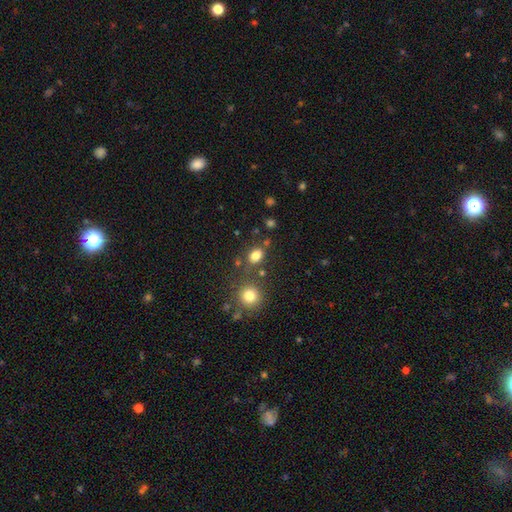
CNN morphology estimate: Q: Smooth or featured?
A: smooth (80%); runner-up: star or artifact (13%)
Q: How rounded?
A: in between (68%); runner-up: round (31%)
Q: Merging?
A: none (73%); runner-up: minor disturbance (13%)